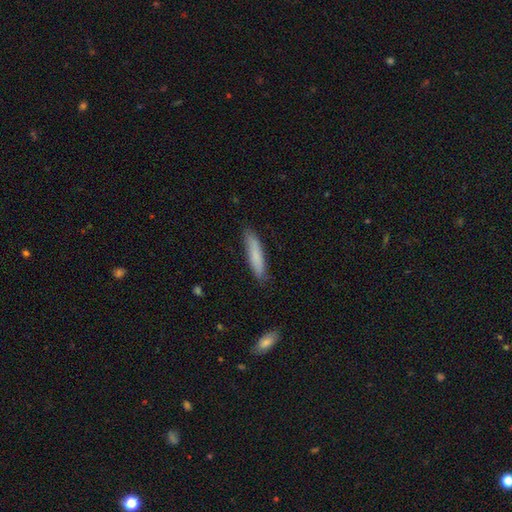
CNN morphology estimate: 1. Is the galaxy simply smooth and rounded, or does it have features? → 80% smooth, 14% featured or disk, 6% star or artifact.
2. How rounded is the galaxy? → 86% cigar-shaped, 13% in between, 1% round.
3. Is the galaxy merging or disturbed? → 85% none, 12% minor disturbance, 2% major disturbance, 1% merger.